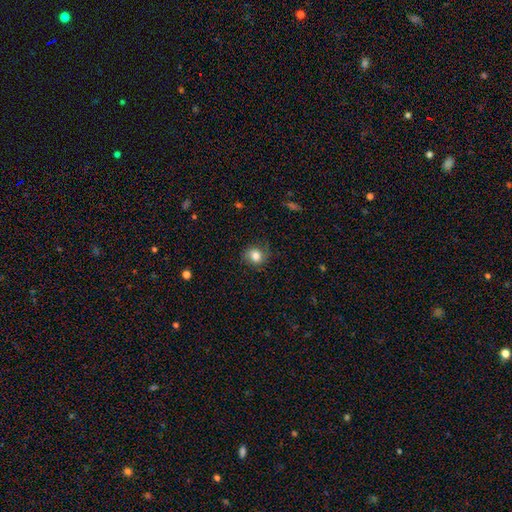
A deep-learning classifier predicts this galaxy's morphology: type=smooth (79%); roundness=round (74%); merging=none (75%).